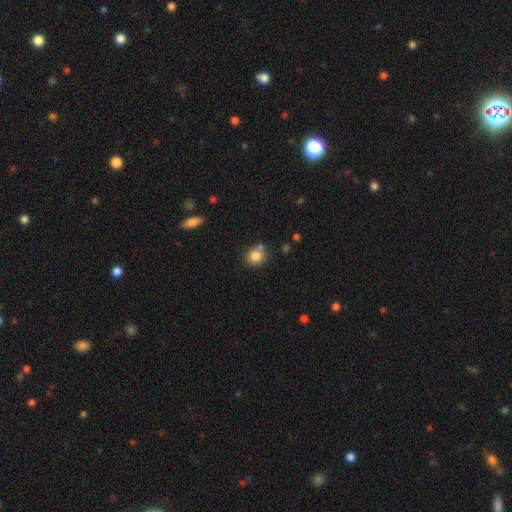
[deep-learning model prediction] Smooth or featured? Predicted: smooth (p=0.83). How rounded? Predicted: round (p=0.81). Merging? Predicted: none (p=0.66).